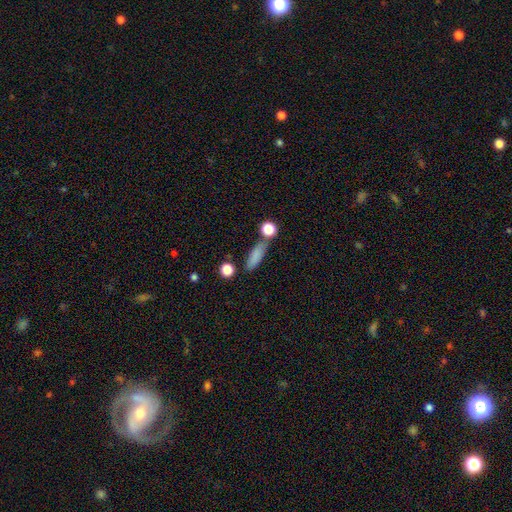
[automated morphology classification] type=smooth (81%); roundness=cigar-shaped (49%); merging=none (70%).